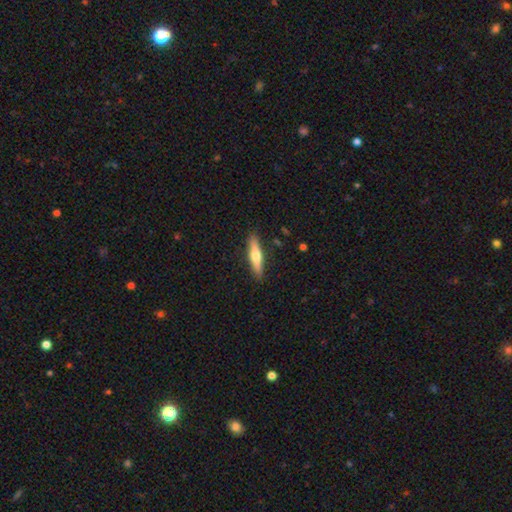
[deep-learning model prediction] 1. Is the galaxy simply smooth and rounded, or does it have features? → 52% smooth, 42% featured or disk, 6% star or artifact.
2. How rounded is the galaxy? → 81% cigar-shaped, 17% in between, 2% round.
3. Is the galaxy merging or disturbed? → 89% none, 8% minor disturbance, 2% major disturbance, 1% merger.